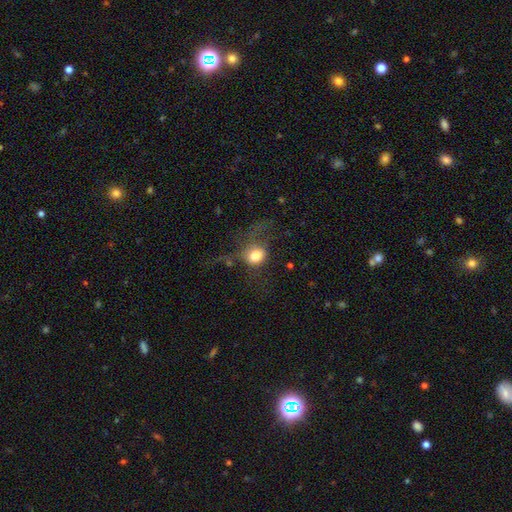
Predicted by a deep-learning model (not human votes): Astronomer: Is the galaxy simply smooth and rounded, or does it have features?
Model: smooth — 72%.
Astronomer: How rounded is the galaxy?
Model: round — 64%.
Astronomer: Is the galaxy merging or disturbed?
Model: major disturbance — 39% (runner-up: none, 37%).